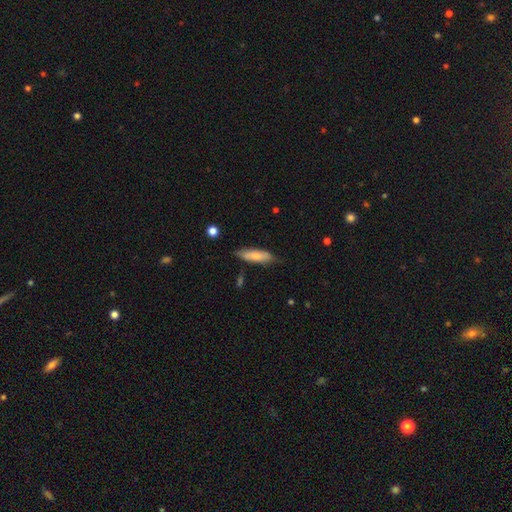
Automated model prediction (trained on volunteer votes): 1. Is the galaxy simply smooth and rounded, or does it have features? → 73% smooth, 21% featured or disk, 6% star or artifact.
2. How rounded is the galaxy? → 55% cigar-shaped, 43% in between, 2% round.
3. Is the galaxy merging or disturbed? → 73% none, 21% minor disturbance, 4% major disturbance, 2% merger.